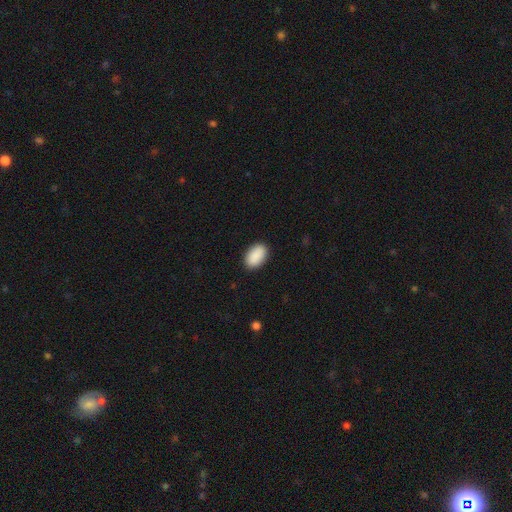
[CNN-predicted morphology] Overall: smooth (92%). How rounded: in between (93%). Merging: none (90%).